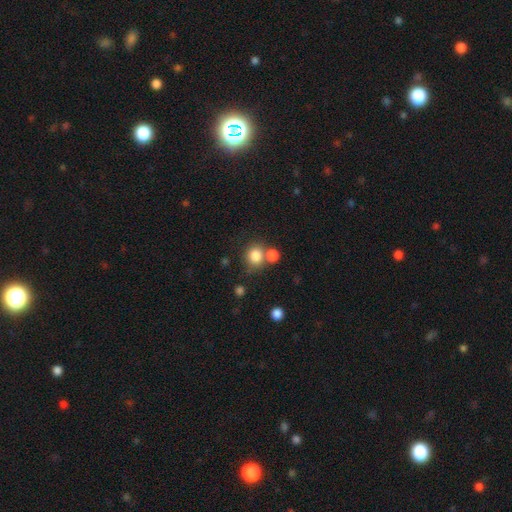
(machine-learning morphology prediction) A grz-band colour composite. It shows a smooth galaxy with no disk features (82%) that is round (84%). Merging: none (61%).